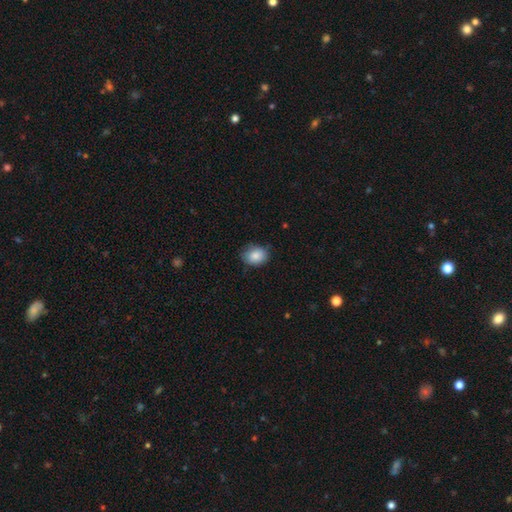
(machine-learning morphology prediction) smooth_or_featured: smooth (p=0.86) [alt: star or artifact p=0.08]
how_rounded: in between (p=0.55) [alt: round p=0.44]
merging: none (p=0.73) [alt: minor disturbance p=0.22]